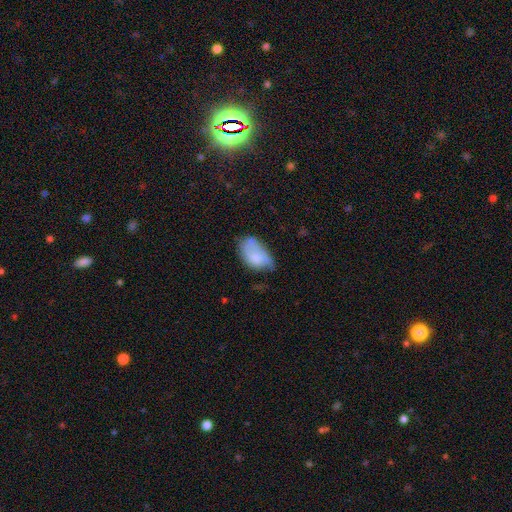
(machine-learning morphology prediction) This is likely a smooth galaxy (69%). How rounded: clearly in between (92%). Merging: marginally minor disturbance (39%).